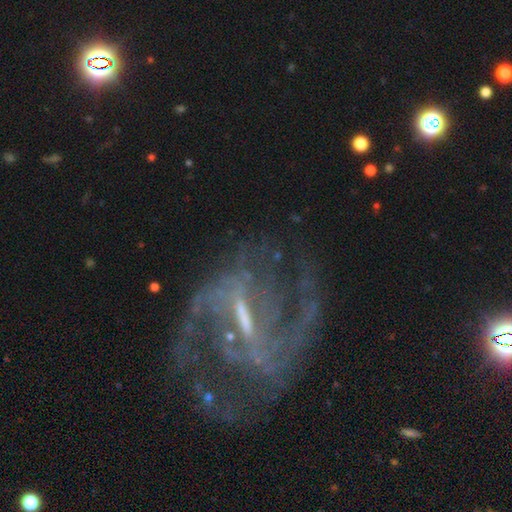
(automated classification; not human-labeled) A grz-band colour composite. It shows a featured or disk galaxy (88%) with a strong bar (52%), 2 (67%) medium (51%) spiral arms (95%) and a small central bulge (47%). Merging: none (63%).